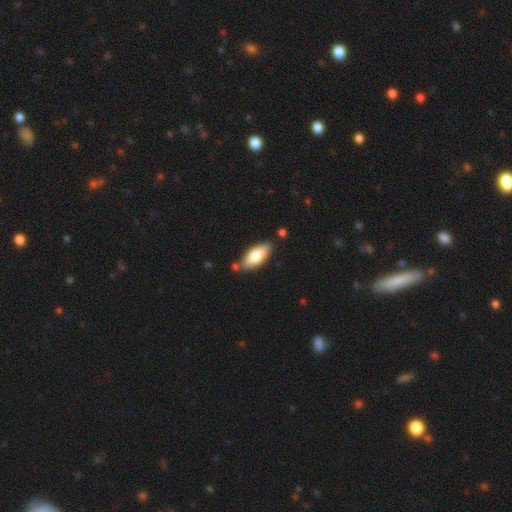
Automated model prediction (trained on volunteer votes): The model was most divided on "smooth or featured": smooth: 70%, featured or disk: 24%, star or artifact: 6%. More confident: how rounded — in between (79%); merging — none (76%).